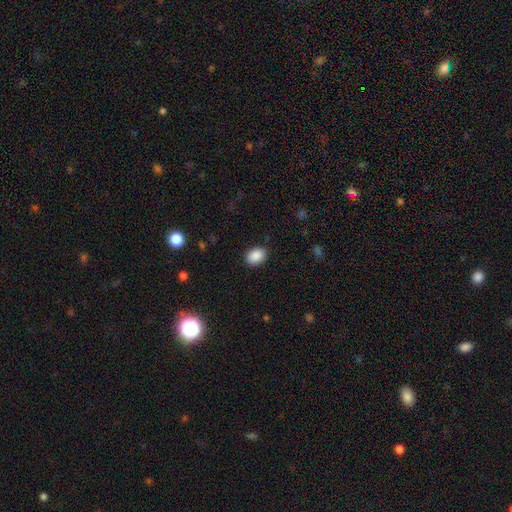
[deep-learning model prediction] Smooth or featured?
  - smooth: 89% *
  - star or artifact: 8%
  - featured or disk: 3%
How rounded?
  - in between: 75% *
  - round: 24%
  - cigar-shaped: 1%
Merging?
  - none: 87% *
  - minor disturbance: 9%
  - major disturbance: 3%
  - merger: 1%